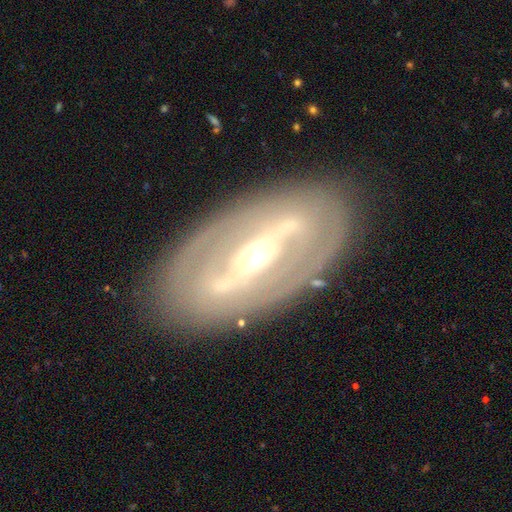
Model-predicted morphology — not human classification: Smooth or featured: featured or disk — 82% (smooth — 13%)
Edge-on disk: no — 85% (yes — 15%)
Bar: strong — 68% (weak — 21%)
Spiral arms: yes — 55% (no — 45%)
Bulge size: moderate — 62% (small — 27%)
Merging: none — 81% (minor disturbance — 12%)